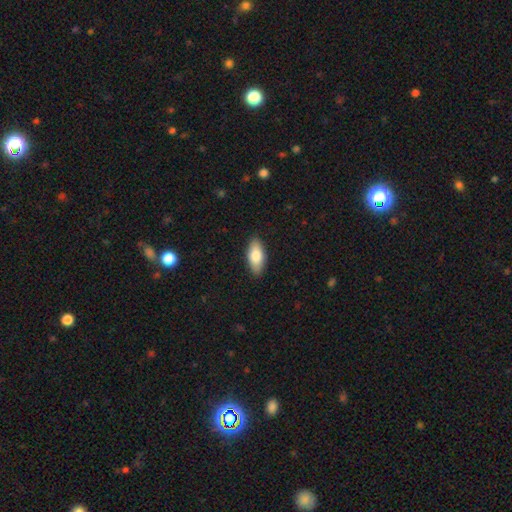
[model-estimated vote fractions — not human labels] A smooth galaxy with no disk features (79%) that is in between round and cigar-shaped (85%).

Vote fractions:
- Smooth or featured? smooth: 79% / featured or disk: 15% / star or artifact: 6%
- How rounded? in between: 85% / cigar-shaped: 13% / round: 2%
- Merging? none: 88% / minor disturbance: 9% / major disturbance: 2% / merger: 1%